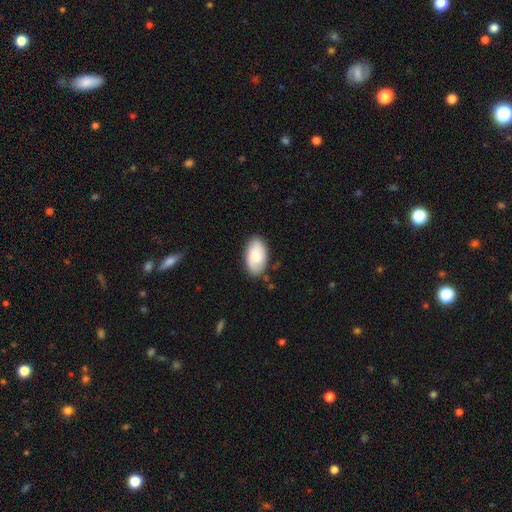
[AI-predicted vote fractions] Smooth or featured: smooth — 72% (featured or disk — 22%)
How rounded: in between — 95% (round — 4%)
Merging: none — 81% (minor disturbance — 14%)